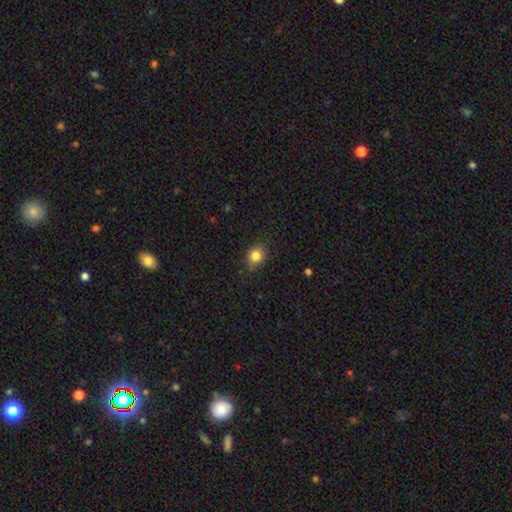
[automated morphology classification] Smooth or featured? smooth (83%)
How rounded? round (72%)
Merging? none (83%)